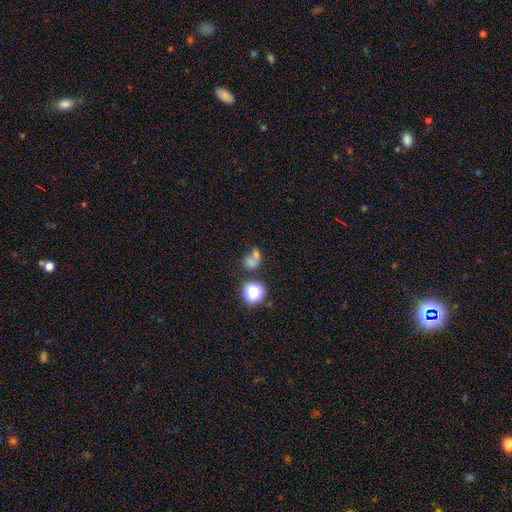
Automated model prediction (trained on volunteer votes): The model was most divided on "merging": merger: 49%, none: 31%, major disturbance: 10%, minor disturbance: 10%. More confident: how rounded — round (59%); smooth or featured — smooth (57%).